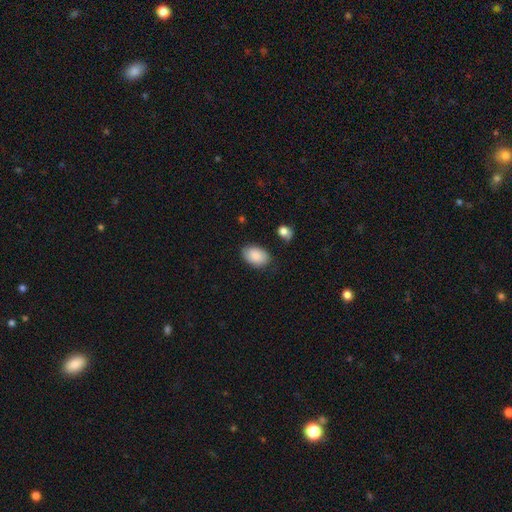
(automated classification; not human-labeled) A smooth galaxy with no disk features (86%) that is in between round and cigar-shaped (89%).

Vote fractions:
- Smooth or featured? smooth: 86% / featured or disk: 8% / star or artifact: 6%
- How rounded? in between: 89% / round: 9% / cigar-shaped: 1%
- Merging? none: 78% / minor disturbance: 16% / major disturbance: 3% / merger: 2%